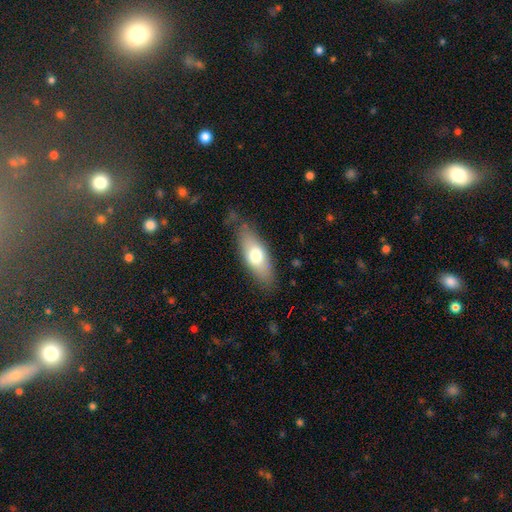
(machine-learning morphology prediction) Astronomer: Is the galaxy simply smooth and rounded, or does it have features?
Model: smooth — 69%.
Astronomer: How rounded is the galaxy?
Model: in between — 71%.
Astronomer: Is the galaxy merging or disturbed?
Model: none — 74%.